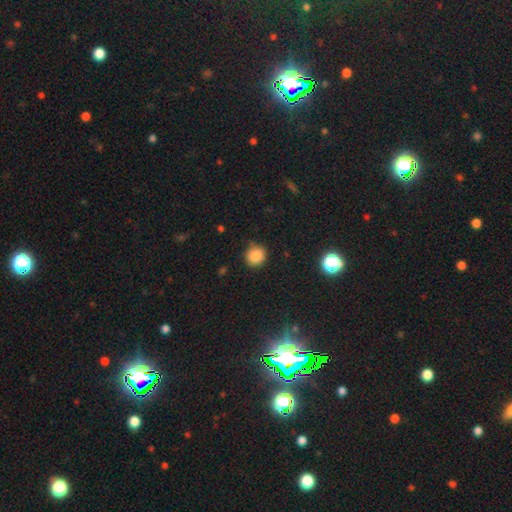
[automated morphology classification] The model was most divided on "merging": none: 79%, minor disturbance: 16%, major disturbance: 3%, merger: 2%. More confident: how rounded — round (89%); smooth or featured — smooth (85%).